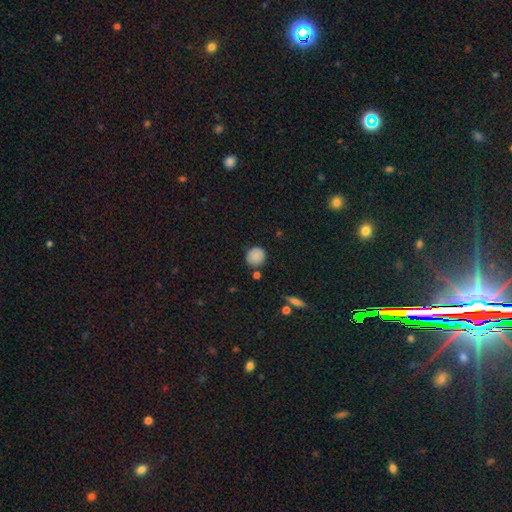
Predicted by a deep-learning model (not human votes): This appears to be a smooth galaxy with no disk features (87%) that is round (91%). Merging: none (82%).